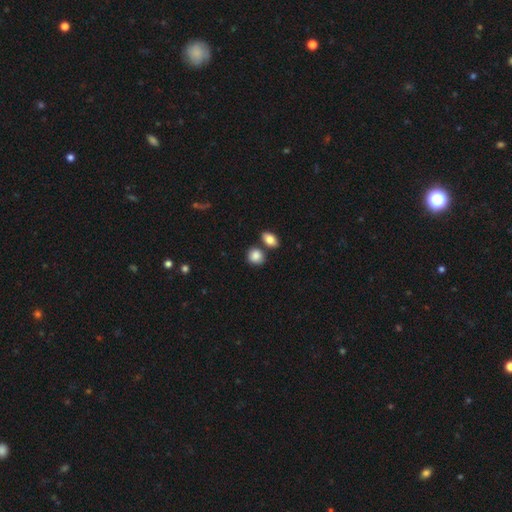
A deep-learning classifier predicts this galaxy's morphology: Smooth or featured: smooth — 86% (star or artifact — 8%)
How rounded: round — 65% (in between — 34%)
Merging: none — 68% (merger — 16%)